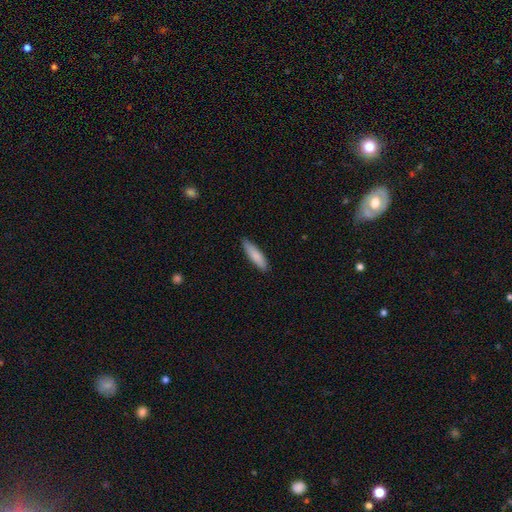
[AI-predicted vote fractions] The model was most divided on "how rounded": cigar-shaped: 71%, in between: 27%, round: 1%. More confident: merging — none (87%); smooth or featured — smooth (84%).